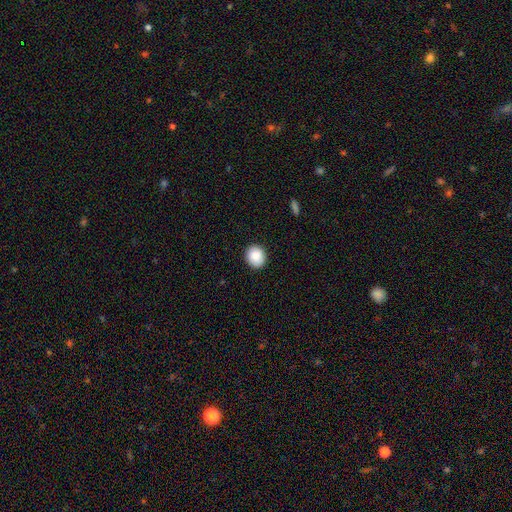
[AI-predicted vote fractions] The model was most divided on "how rounded": round: 78%, in between: 21%, cigar-shaped: 1%. More confident: merging — none (91%); smooth or featured — smooth (87%).